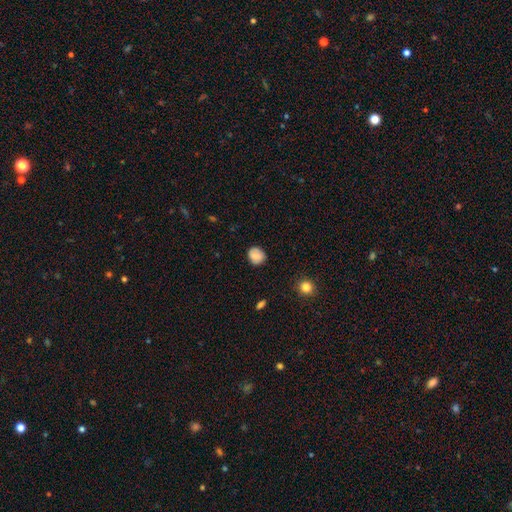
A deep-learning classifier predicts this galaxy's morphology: This is clearly a smooth galaxy (81%). How rounded: likely round (72%). Merging: clearly none (83%).